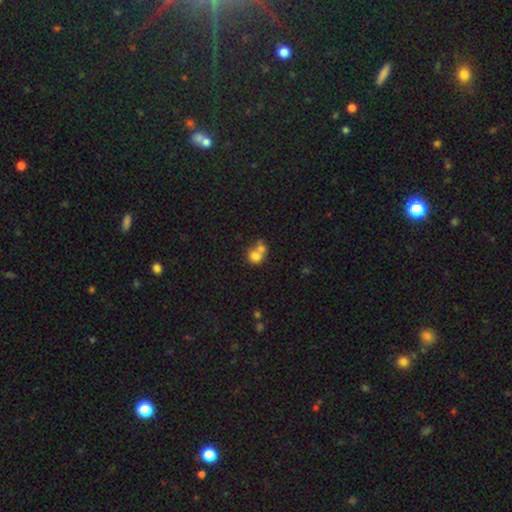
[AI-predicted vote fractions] A smooth galaxy with no disk features (74%) that is round (72%). Merging: merger (62%).